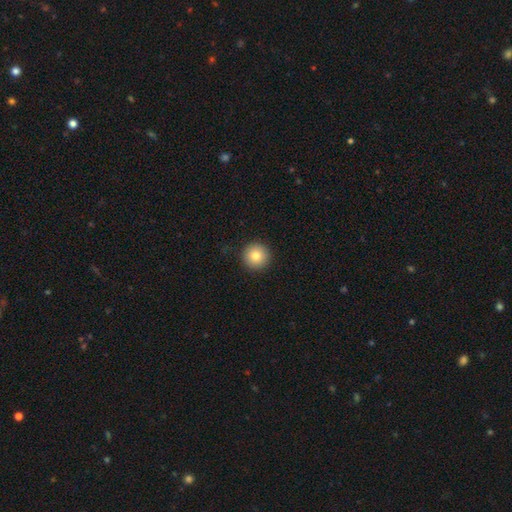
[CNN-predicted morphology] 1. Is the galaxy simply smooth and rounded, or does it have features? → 83% smooth, 9% star or artifact, 8% featured or disk.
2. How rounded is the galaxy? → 96% round, 3% in between, 1% cigar-shaped.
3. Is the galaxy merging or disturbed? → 92% none, 6% minor disturbance, 2% major disturbance, 1% merger.